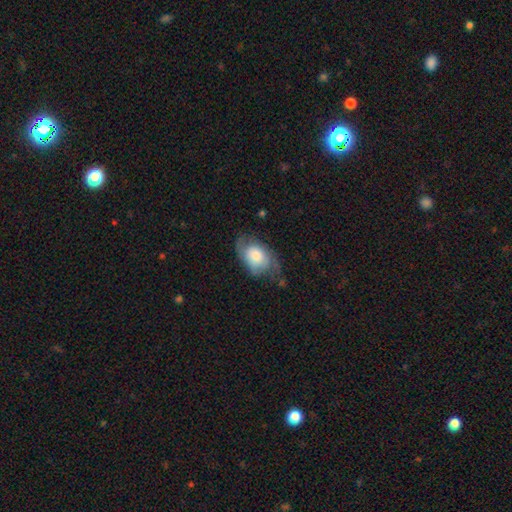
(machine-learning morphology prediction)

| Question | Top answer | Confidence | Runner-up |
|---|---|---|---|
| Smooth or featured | smooth | 56% | featured or disk (37%) |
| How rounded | in between | 84% | round (15%) |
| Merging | none | 46% | minor disturbance (33%) |